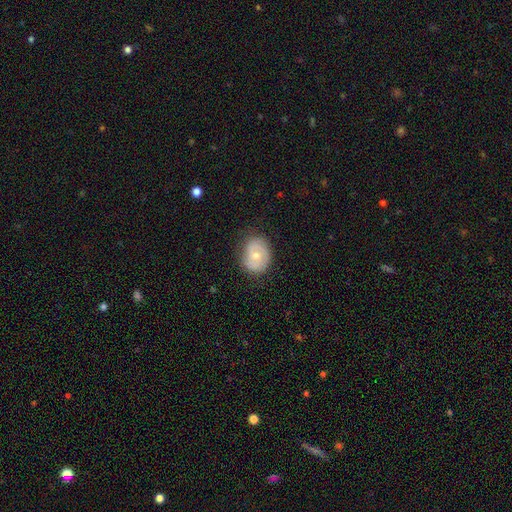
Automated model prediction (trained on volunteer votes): Morphology: type=smooth (56%); roundness=in between (51%); merging=none (73%).